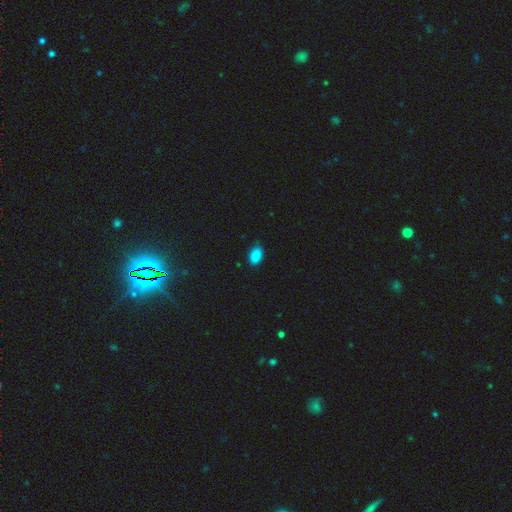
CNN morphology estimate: Smooth or featured?
  - smooth: 87% *
  - star or artifact: 10%
  - featured or disk: 3%
How rounded?
  - in between: 88% *
  - round: 10%
  - cigar-shaped: 1%
Merging?
  - none: 80% *
  - minor disturbance: 17%
  - major disturbance: 2%
  - merger: 1%